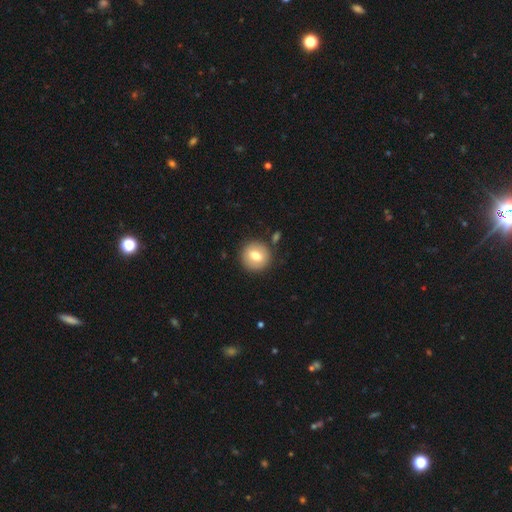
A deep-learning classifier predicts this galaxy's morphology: smooth_or_featured: smooth (p=0.73) [alt: featured or disk p=0.20]
how_rounded: round (p=0.89) [alt: in between p=0.10]
merging: none (p=0.86) [alt: minor disturbance p=0.08]